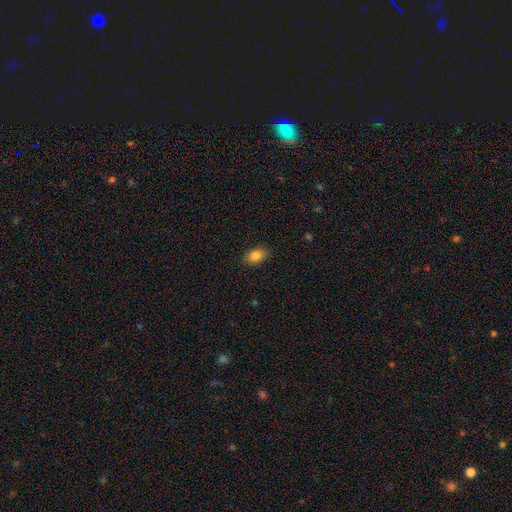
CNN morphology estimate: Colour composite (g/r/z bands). It shows a smooth galaxy with no disk features (84%) that is in between round and cigar-shaped (88%). Merging: none (86%).